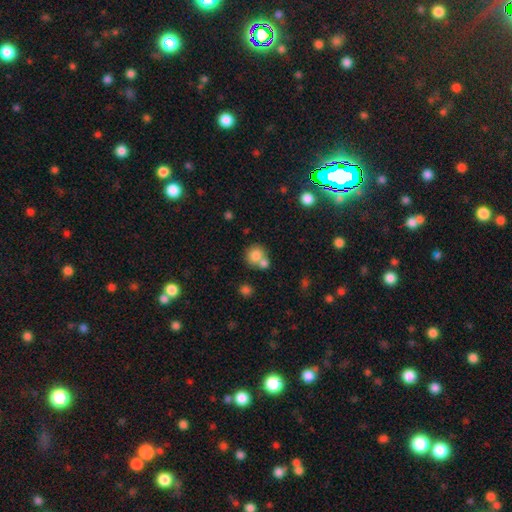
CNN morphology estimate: Overall: smooth (78%). How rounded: round (83%). Merging: none (45%; merger 43%).